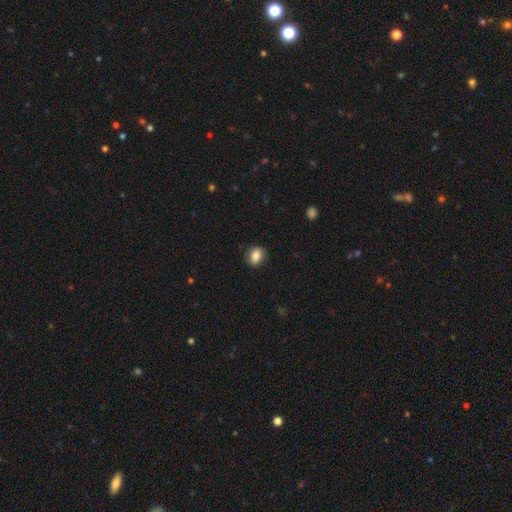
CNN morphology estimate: type=smooth (83%); roundness=in between (54%); merging=none (85%).